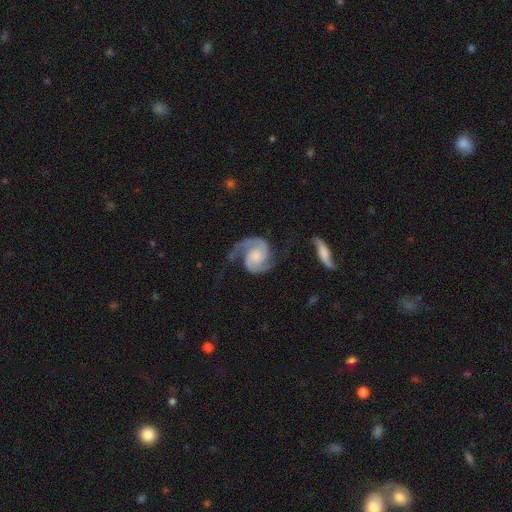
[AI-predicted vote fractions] smooth_or_featured: featured or disk (p=0.91) [alt: smooth p=0.05]
disk_edge_on: no (p=0.98) [alt: yes p=0.02]
bar: no (p=0.65) [alt: weak p=0.27]
has_spiral_arms: yes (p=0.98) [alt: no p=0.02]
spiral_winding: medium (p=0.51) [alt: tight p=0.33]
spiral_arm_count: 2 (p=0.93) [alt: 1 p=0.02]
bulge_size: none (p=0.32) [alt: moderate p=0.27]
merging: none (p=0.64) [alt: minor disturbance p=0.19]